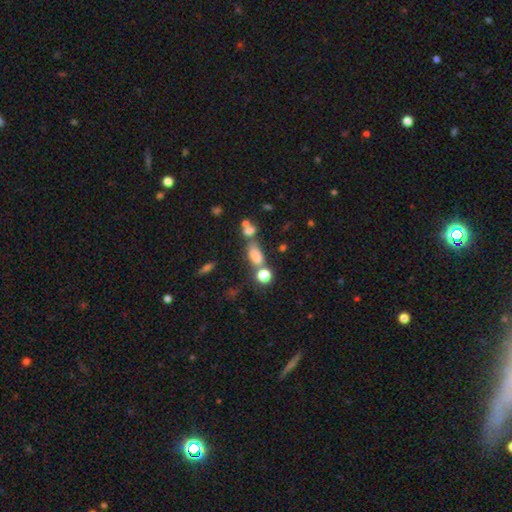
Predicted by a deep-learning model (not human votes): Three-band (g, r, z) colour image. It shows a smooth galaxy with no disk features (67%) that is in between round and cigar-shaped (67%). Merging: none (49%).